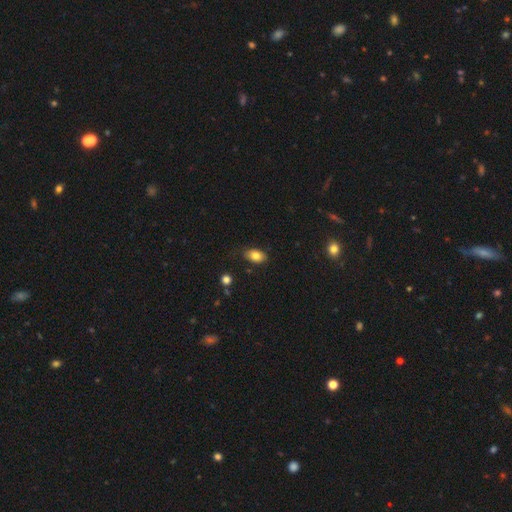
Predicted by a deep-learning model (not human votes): Smooth or featured: smooth — 81% (featured or disk — 10%)
How rounded: in between — 90% (round — 8%)
Merging: none — 81% (minor disturbance — 15%)